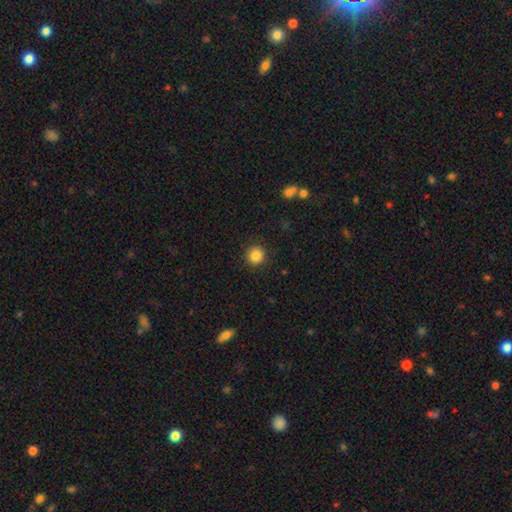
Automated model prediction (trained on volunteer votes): smooth-or-featured: smooth: 85% | star or artifact: 10% | featured or disk: 4%
  how-rounded: round: 94% | in between: 5% | cigar-shaped: 1%
  merging: none: 91% | minor disturbance: 6% | major disturbance: 2% | merger: 1%